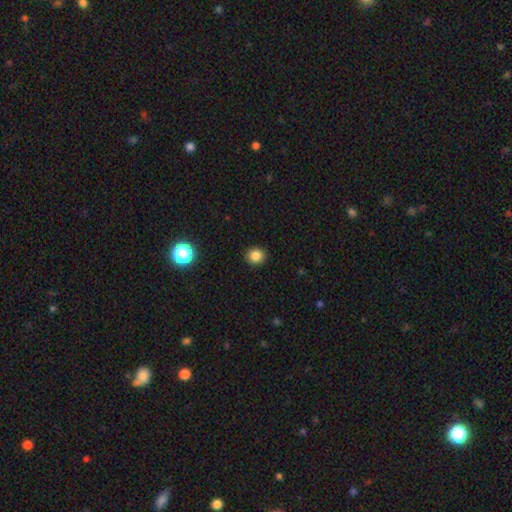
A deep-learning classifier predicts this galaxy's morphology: Smooth or featured? smooth (84%)
How rounded? round (87%)
Merging? none (92%)